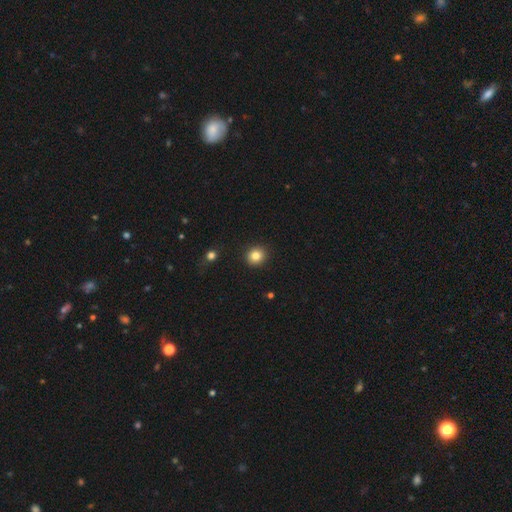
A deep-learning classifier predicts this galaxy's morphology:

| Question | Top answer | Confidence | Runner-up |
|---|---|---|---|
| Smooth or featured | smooth | 83% | star or artifact (11%) |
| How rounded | round | 87% | in between (12%) |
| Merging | none | 91% | minor disturbance (6%) |